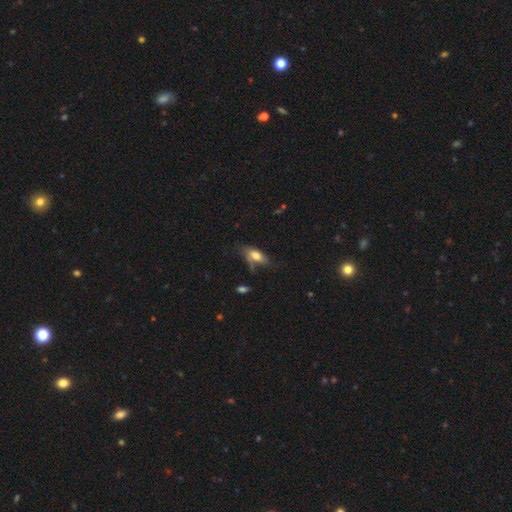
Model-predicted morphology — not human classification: This appears to be a smooth galaxy with no disk features (68%) that is in between round and cigar-shaped (80%). Merging: none (46%).